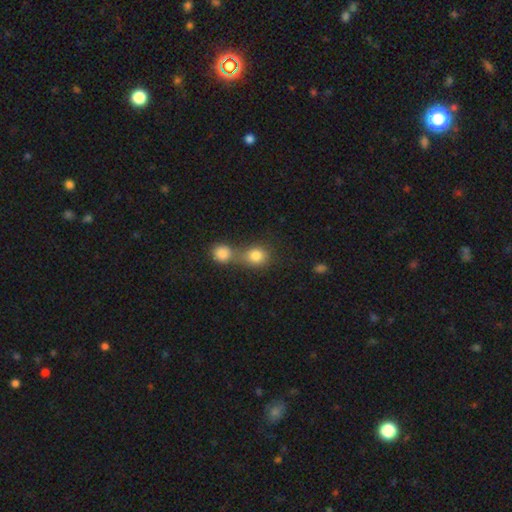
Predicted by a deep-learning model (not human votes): This is clearly a smooth galaxy (82%). How rounded: likely round (74%). Merging: possibly merger (58%).